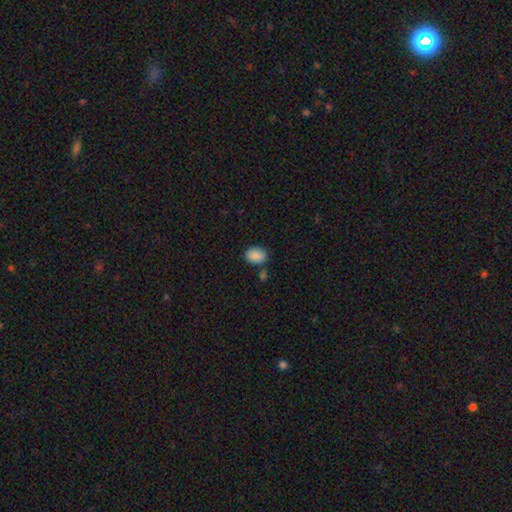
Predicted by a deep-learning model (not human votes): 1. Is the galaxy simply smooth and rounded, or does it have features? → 88% smooth, 7% star or artifact, 4% featured or disk.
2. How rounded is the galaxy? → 74% in between, 25% round, 1% cigar-shaped.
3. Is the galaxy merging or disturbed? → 76% none, 13% minor disturbance, 8% merger, 3% major disturbance.